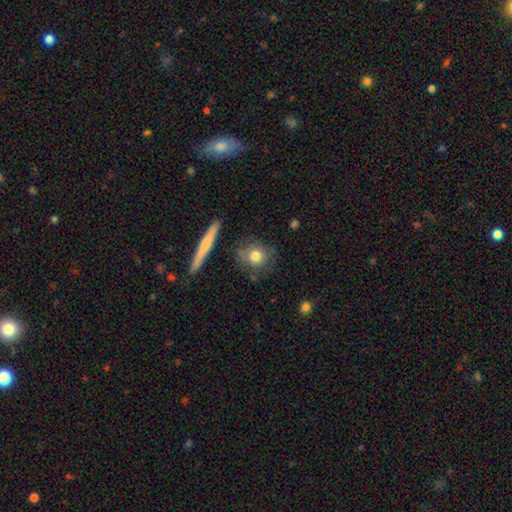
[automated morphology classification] smooth-or-featured: smooth: 72% | featured or disk: 20% | star or artifact: 8%
  how-rounded: round: 73% | in between: 22% | cigar-shaped: 5%
  merging: none: 74% | minor disturbance: 15% | merger: 5% | major disturbance: 5%